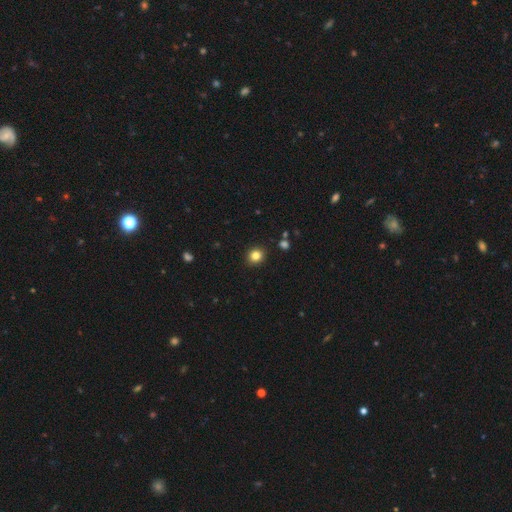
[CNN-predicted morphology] The model was most divided on "how rounded": round: 82%, in between: 17%, cigar-shaped: 1%. More confident: merging — none (91%); smooth or featured — smooth (83%).